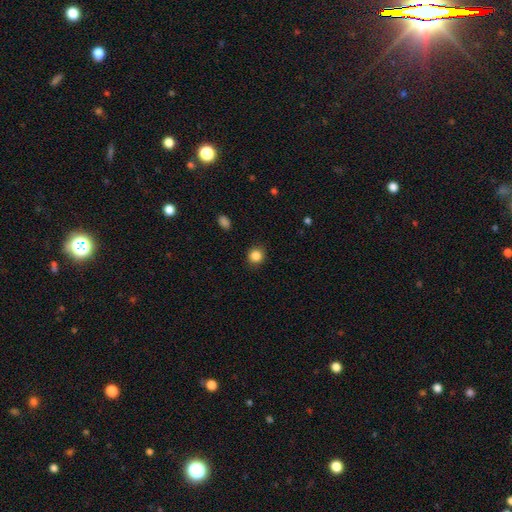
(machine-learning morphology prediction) A smooth galaxy with no disk features (86%) that is round (88%).

Vote fractions:
- Smooth or featured? smooth: 86% / star or artifact: 11% / featured or disk: 4%
- How rounded? round: 88% / in between: 11% / cigar-shaped: 1%
- Merging? none: 90% / minor disturbance: 7% / major disturbance: 2% / merger: 1%